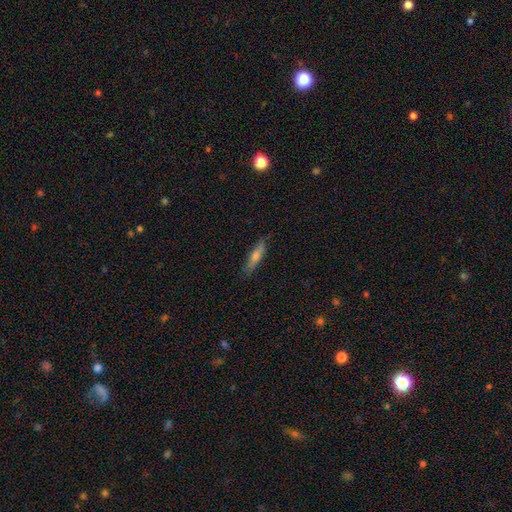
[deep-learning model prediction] This appears to be a smooth galaxy with no disk features (54%) that is cigar-shaped (83%). Merging: none (85%).